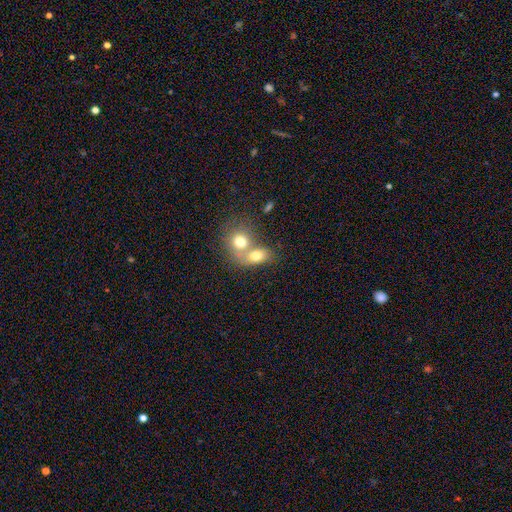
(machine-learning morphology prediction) Smooth or featured? Predicted: smooth (p=0.70). How rounded? Predicted: in between (p=0.50). Merging? Predicted: merger (p=0.70).